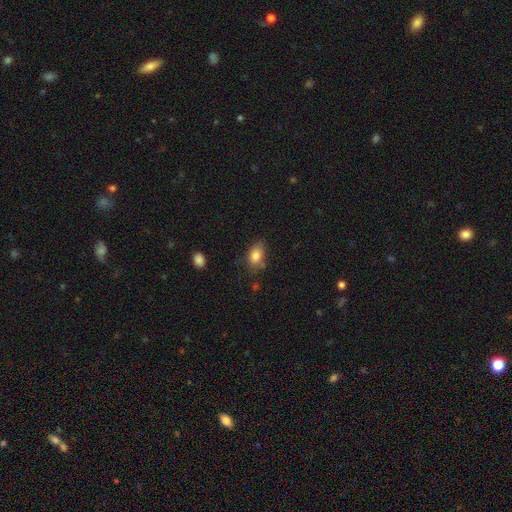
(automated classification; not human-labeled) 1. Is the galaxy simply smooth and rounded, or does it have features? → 83% smooth, 9% star or artifact, 8% featured or disk.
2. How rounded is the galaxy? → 82% in between, 16% round, 2% cigar-shaped.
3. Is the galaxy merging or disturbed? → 68% none, 23% minor disturbance, 5% major disturbance, 4% merger.